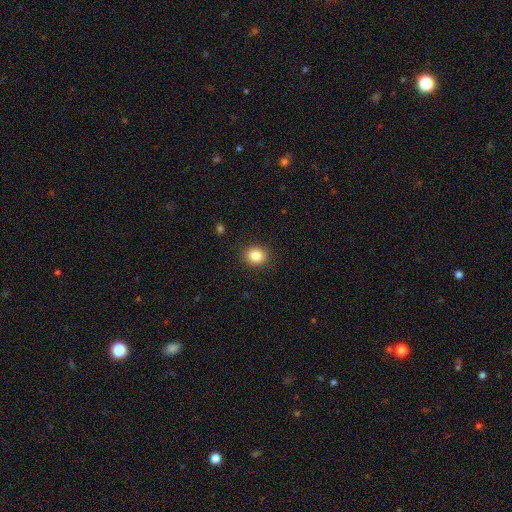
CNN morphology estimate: Smooth or featured?
  - smooth: 84% *
  - star or artifact: 10%
  - featured or disk: 6%
How rounded?
  - round: 73% *
  - in between: 26%
  - cigar-shaped: 1%
Merging?
  - none: 90% *
  - minor disturbance: 7%
  - major disturbance: 2%
  - merger: 1%